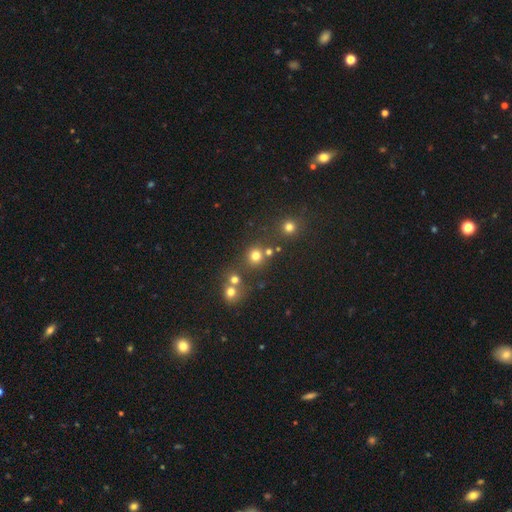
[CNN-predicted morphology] Smooth or featured? Predicted: smooth (p=0.75). How rounded? Predicted: round (p=0.89). Merging? Predicted: none (p=0.71).